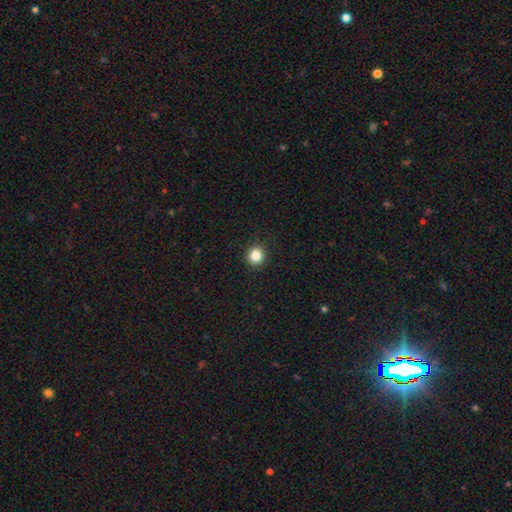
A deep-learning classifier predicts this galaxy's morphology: smooth-or-featured: smooth: 85% | star or artifact: 11% | featured or disk: 4%
  how-rounded: round: 87% | in between: 12% | cigar-shaped: 1%
  merging: none: 91% | minor disturbance: 6% | major disturbance: 2% | merger: 1%